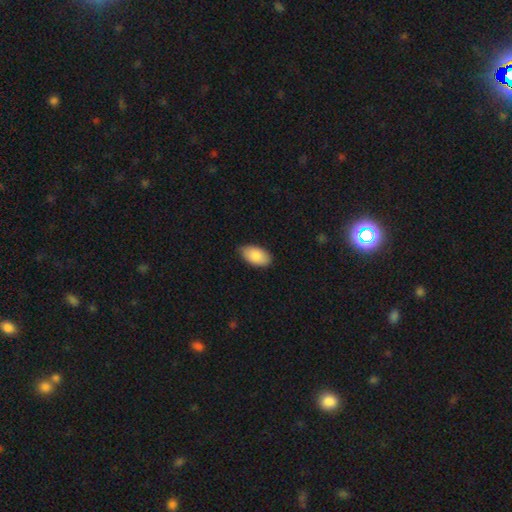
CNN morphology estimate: smooth 87%, featured or disk 7%, star or artifact 6%. Down the decision tree: how rounded — in between (95%); merging — none (79%).